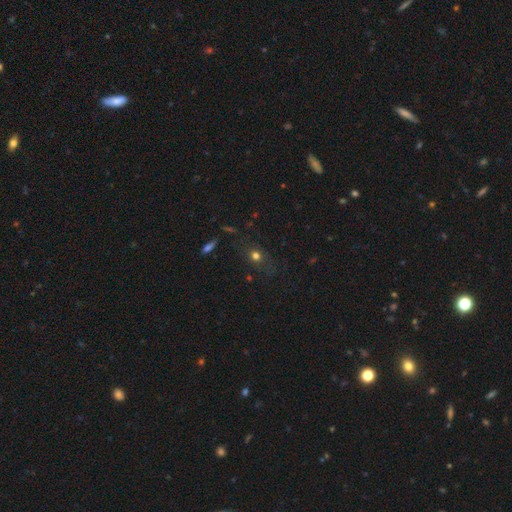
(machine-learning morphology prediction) smooth 67%, star or artifact 20%, featured or disk 12%. Down the decision tree: how rounded — round (63%); merging — none (72%).